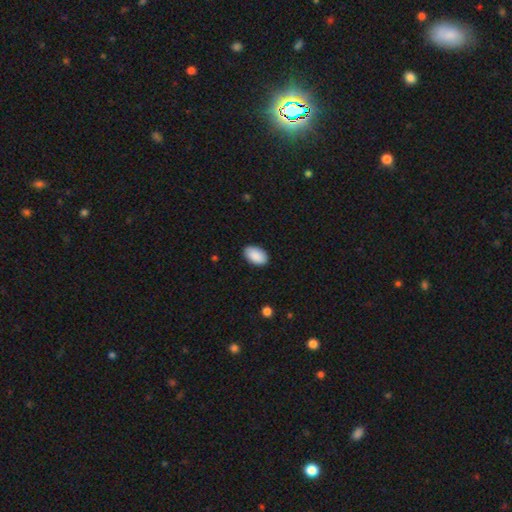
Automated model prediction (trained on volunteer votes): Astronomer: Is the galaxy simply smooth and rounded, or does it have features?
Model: smooth — 91%.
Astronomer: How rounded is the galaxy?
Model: in between — 95%.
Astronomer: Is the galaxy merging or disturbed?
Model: none — 89%.